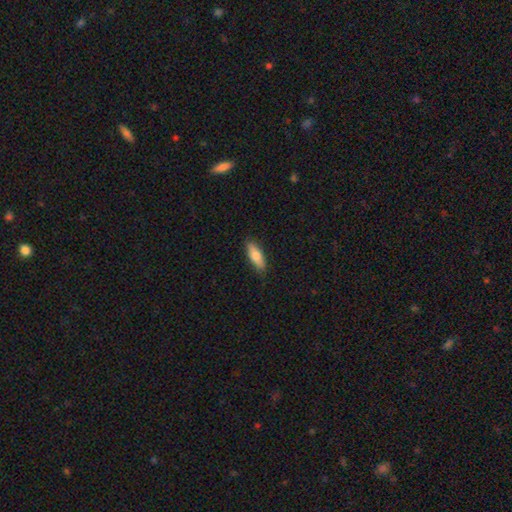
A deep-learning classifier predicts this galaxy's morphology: Overall: smooth (74%). How rounded: in between (60%; cigar-shaped 37%). Merging: none (87%).